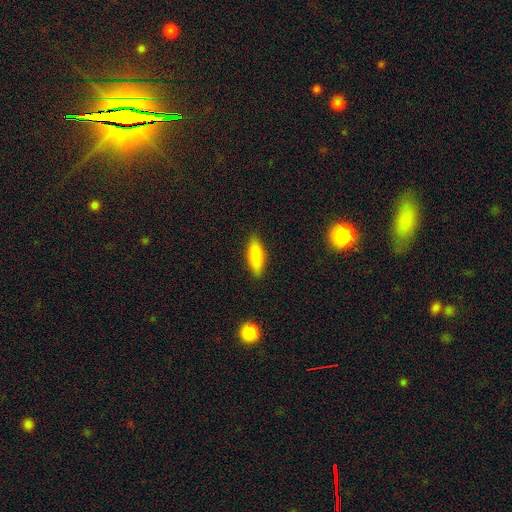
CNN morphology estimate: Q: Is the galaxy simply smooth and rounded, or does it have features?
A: smooth — 84%.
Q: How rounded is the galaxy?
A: in between — 54%.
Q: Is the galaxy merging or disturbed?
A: none — 88%.